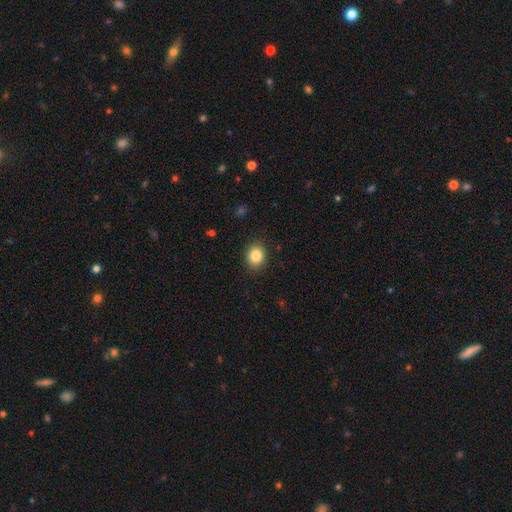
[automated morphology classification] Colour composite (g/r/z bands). It shows a smooth galaxy with no disk features (84%) that is round (56%). Merging: none (89%).